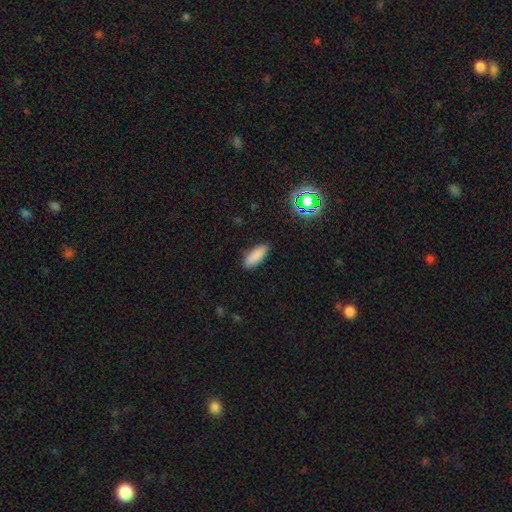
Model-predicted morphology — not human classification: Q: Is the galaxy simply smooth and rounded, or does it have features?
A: smooth — 86%.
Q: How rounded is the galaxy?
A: in between — 67%.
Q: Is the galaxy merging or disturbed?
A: none — 88%.